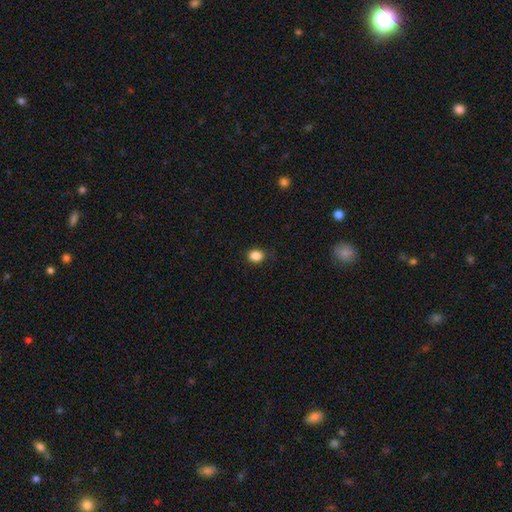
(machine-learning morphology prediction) Smooth or featured? smooth (86%)
How rounded? round (58%)
Merging? none (85%)